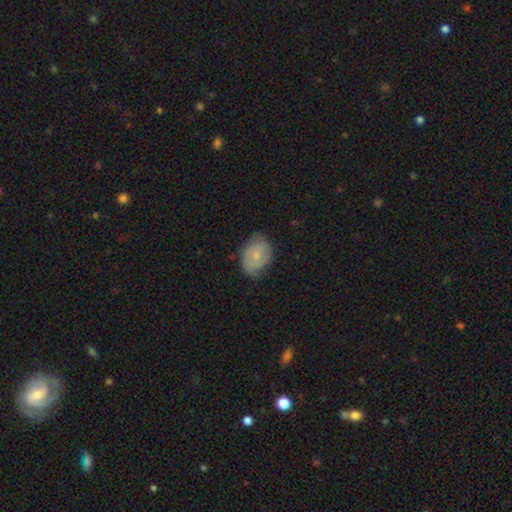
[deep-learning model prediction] Smooth or featured: smooth — 59% (featured or disk — 34%)
How rounded: in between — 69% (round — 30%)
Merging: none — 63% (minor disturbance — 29%)